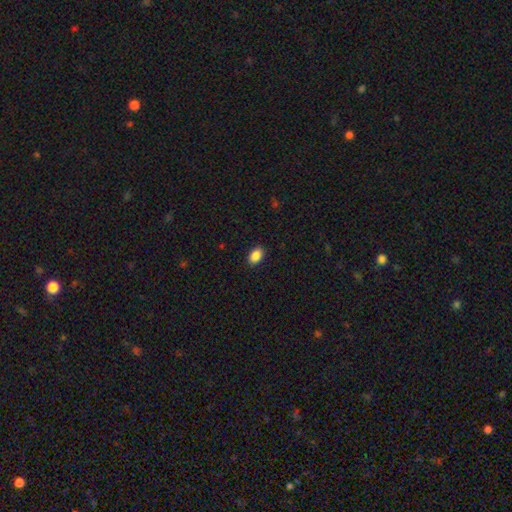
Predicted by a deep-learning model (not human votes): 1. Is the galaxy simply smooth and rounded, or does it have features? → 89% smooth, 8% star or artifact, 3% featured or disk.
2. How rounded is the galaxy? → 86% in between, 13% round, 1% cigar-shaped.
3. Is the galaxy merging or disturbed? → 90% none, 7% minor disturbance, 2% major disturbance, 1% merger.